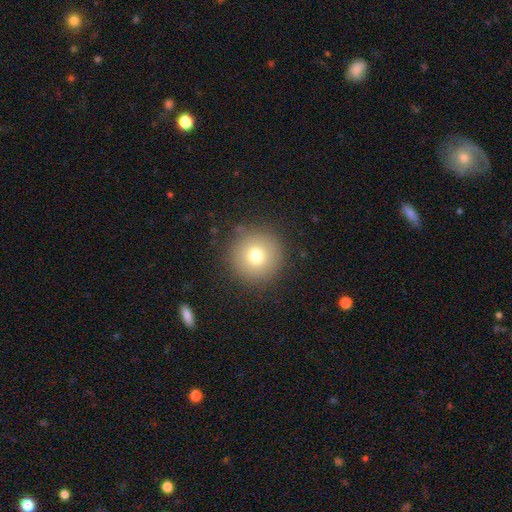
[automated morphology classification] smooth 75%, star or artifact 13%, featured or disk 12%. Down the decision tree: how rounded — round (96%); merging — none (88%).